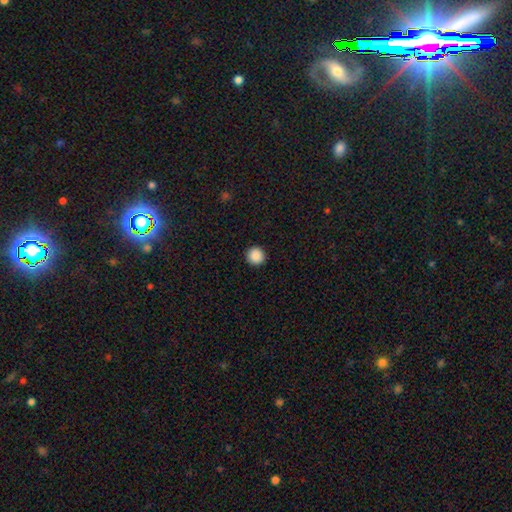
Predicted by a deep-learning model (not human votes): Smooth or featured? Predicted: smooth (p=0.89). How rounded? Predicted: round (p=0.95). Merging? Predicted: none (p=0.93).